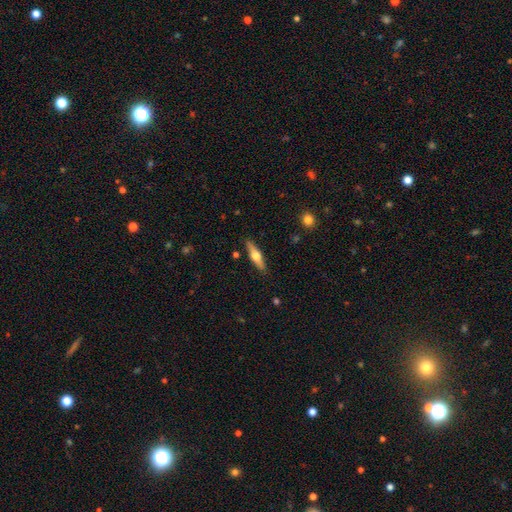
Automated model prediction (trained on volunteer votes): Q: Smooth or featured?
A: featured or disk (51%); runner-up: smooth (44%)
Q: Edge-on disk?
A: yes (93%); runner-up: no (7%)
Q: Merging?
A: none (88%); runner-up: minor disturbance (8%)